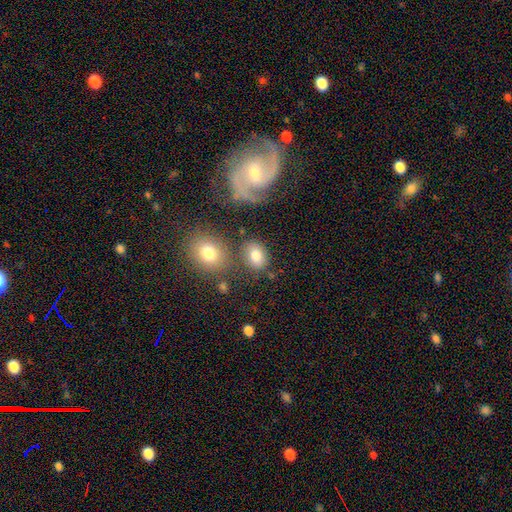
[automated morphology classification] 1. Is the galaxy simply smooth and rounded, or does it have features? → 79% smooth, 11% star or artifact, 11% featured or disk.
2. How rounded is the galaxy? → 70% in between, 28% round, 2% cigar-shaped.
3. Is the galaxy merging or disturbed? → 67% none, 16% minor disturbance, 11% merger, 6% major disturbance.